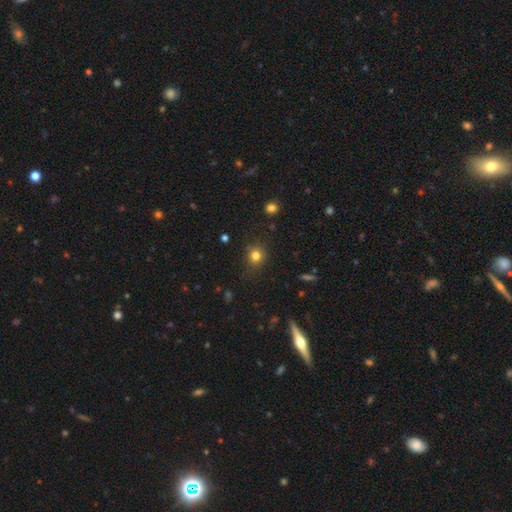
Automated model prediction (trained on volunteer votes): Q: Smooth or featured?
A: smooth (79%); runner-up: star or artifact (15%)
Q: How rounded?
A: round (82%); runner-up: in between (17%)
Q: Merging?
A: none (81%); runner-up: minor disturbance (13%)